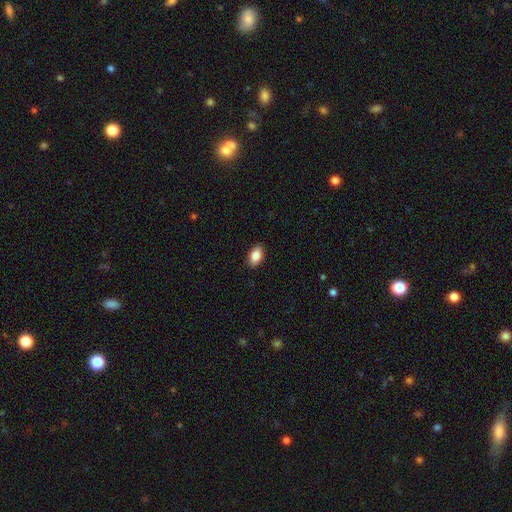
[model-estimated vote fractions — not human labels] Q: Smooth or featured?
A: smooth (85%); runner-up: featured or disk (7%)
Q: How rounded?
A: in between (91%); runner-up: round (6%)
Q: Merging?
A: none (89%); runner-up: minor disturbance (8%)